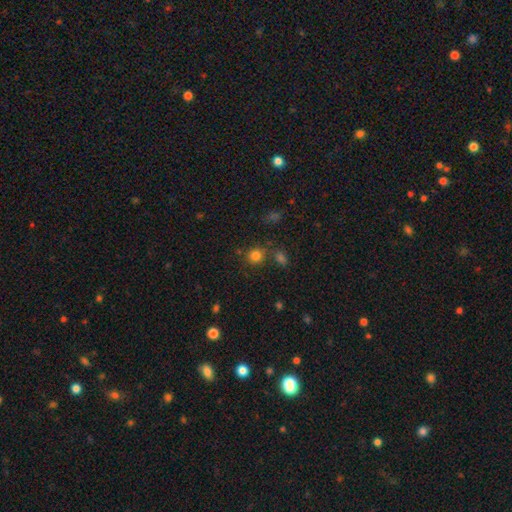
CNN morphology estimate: This is likely a smooth galaxy (80%). How rounded: clearly round (84%). Merging: likely none (75%).